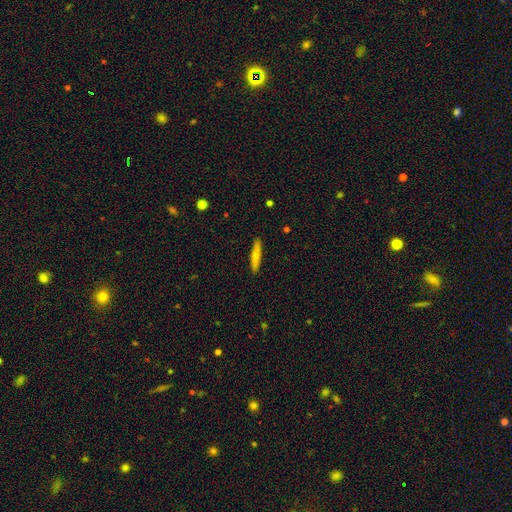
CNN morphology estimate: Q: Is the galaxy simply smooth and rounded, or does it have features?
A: smooth — 73%.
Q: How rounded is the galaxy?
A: cigar-shaped — 93%.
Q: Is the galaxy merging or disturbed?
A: none — 90%.